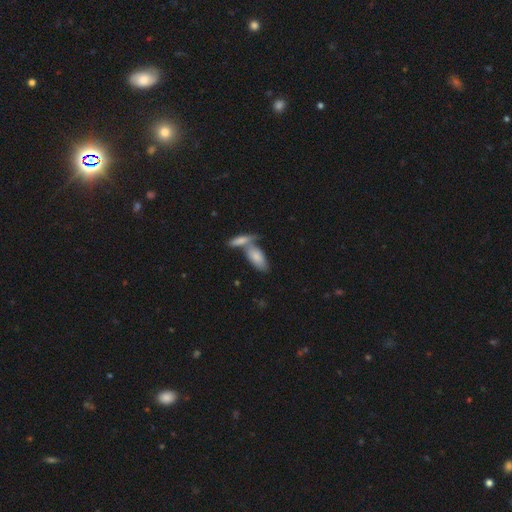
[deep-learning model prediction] Q: Smooth or featured?
A: smooth (76%); runner-up: featured or disk (17%)
Q: How rounded?
A: in between (83%); runner-up: cigar-shaped (15%)
Q: Merging?
A: merger (49%); runner-up: none (37%)